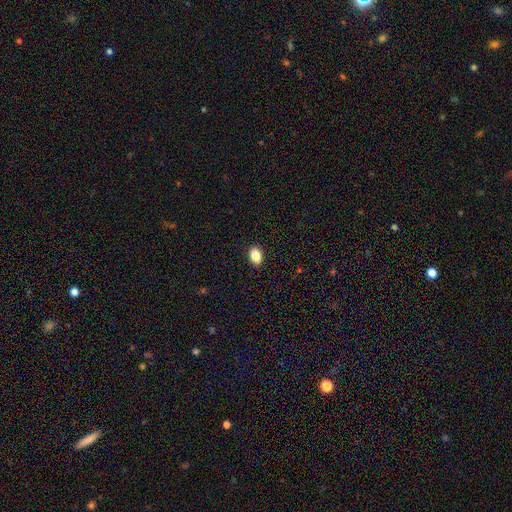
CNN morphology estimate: A smooth galaxy with no disk features (86%) that is in between round and cigar-shaped (79%). Merging: none (90%).